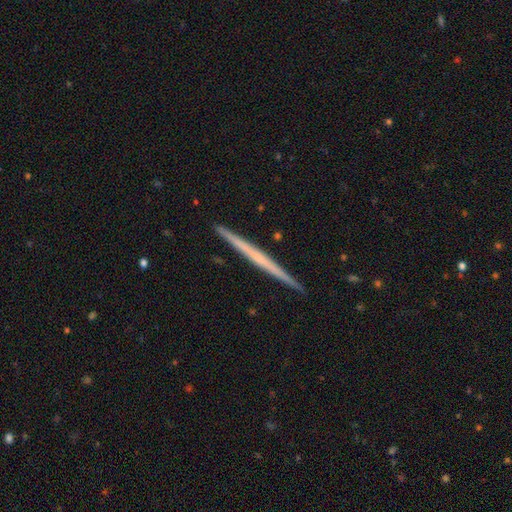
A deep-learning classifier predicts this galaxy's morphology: This is possibly a featured or disk galaxy (58%). It is clearly viewed edge-on (98%). Edge-on bulge: clearly none (86%). Merging: clearly none (93%).